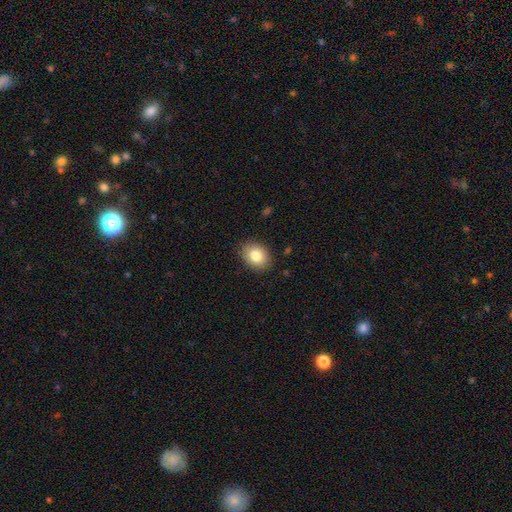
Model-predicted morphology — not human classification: Smooth or featured?
  - smooth: 82% *
  - featured or disk: 9%
  - star or artifact: 8%
How rounded?
  - in between: 67% *
  - round: 32%
  - cigar-shaped: 1%
Merging?
  - none: 88% *
  - minor disturbance: 9%
  - major disturbance: 2%
  - merger: 1%